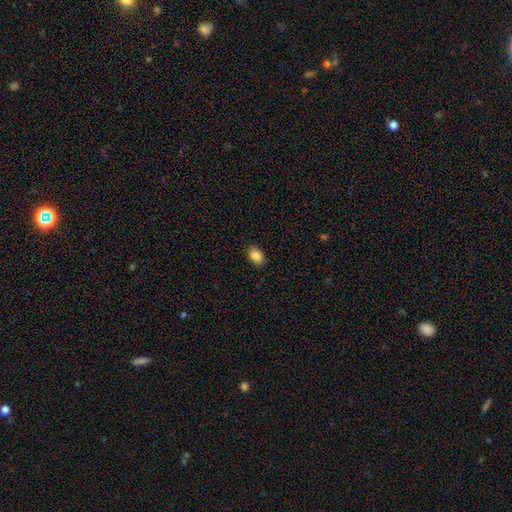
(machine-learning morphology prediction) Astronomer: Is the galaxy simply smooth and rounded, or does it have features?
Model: smooth — 86%.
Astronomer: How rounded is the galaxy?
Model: in between — 77%.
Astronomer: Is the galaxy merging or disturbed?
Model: none — 89%.